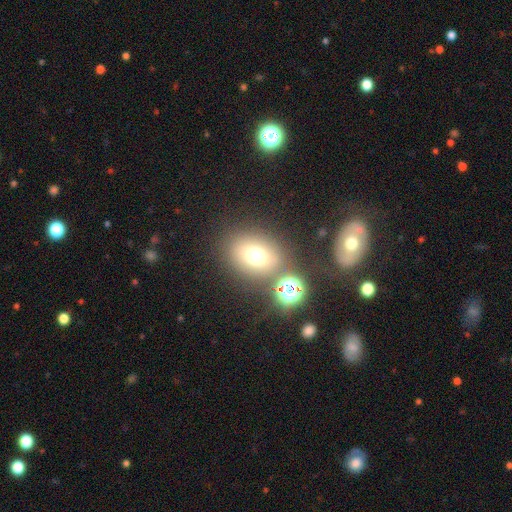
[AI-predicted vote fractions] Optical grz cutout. It shows a smooth galaxy with no disk features (68%) that is round (58%). Merging: none (75%).